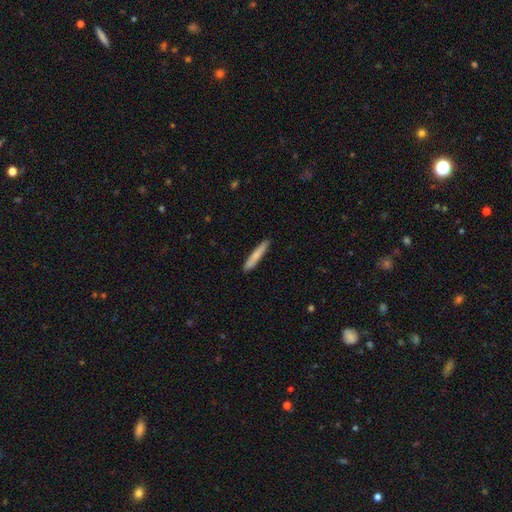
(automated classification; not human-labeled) A smooth galaxy with no disk features (77%) that is cigar-shaped (94%). Merging: none (89%).